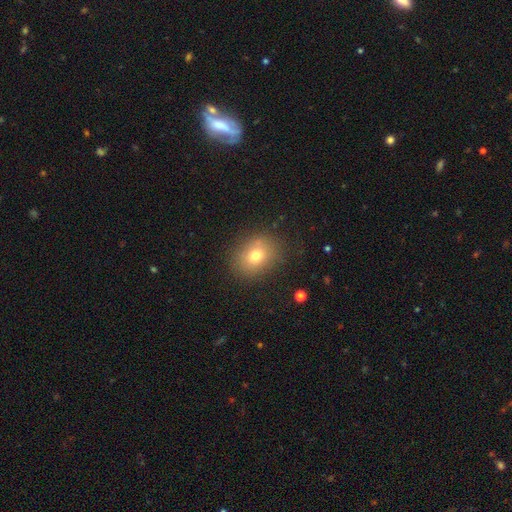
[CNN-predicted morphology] Smooth or featured?
  - smooth: 73% *
  - featured or disk: 14%
  - star or artifact: 13%
How rounded?
  - round: 51% *
  - in between: 48%
  - cigar-shaped: 1%
Merging?
  - none: 81% *
  - minor disturbance: 13%
  - major disturbance: 4%
  - merger: 2%